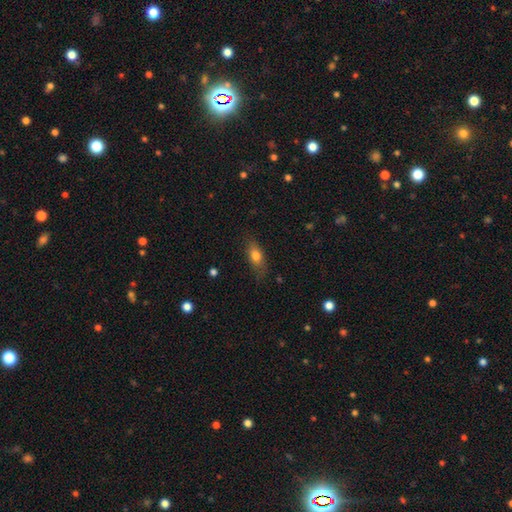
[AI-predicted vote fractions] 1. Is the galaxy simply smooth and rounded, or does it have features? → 75% smooth, 17% featured or disk, 8% star or artifact.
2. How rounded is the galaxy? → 76% in between, 17% cigar-shaped, 7% round.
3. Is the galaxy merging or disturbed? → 73% none, 20% minor disturbance, 5% major disturbance, 1% merger.